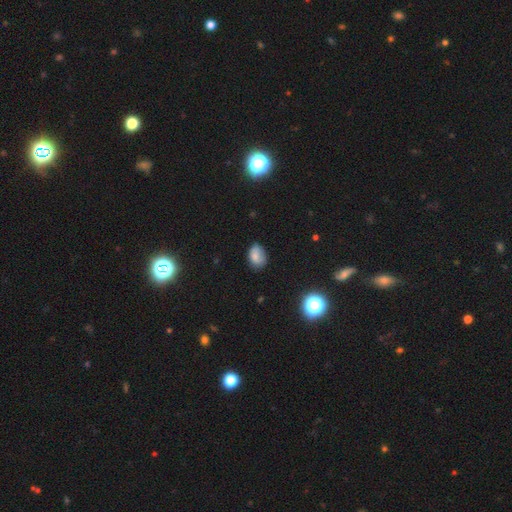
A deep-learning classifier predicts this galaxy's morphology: Smooth or featured: smooth — 77% (star or artifact — 12%)
How rounded: in between — 80% (round — 19%)
Merging: none — 64% (minor disturbance — 28%)